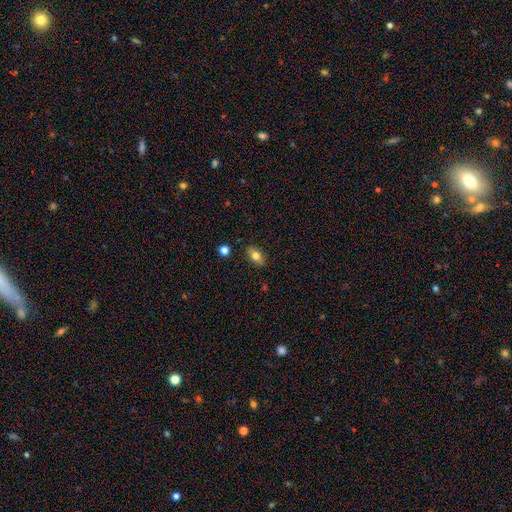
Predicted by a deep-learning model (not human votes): Overall: smooth (76%). How rounded: in between (86%). Merging: none (87%).